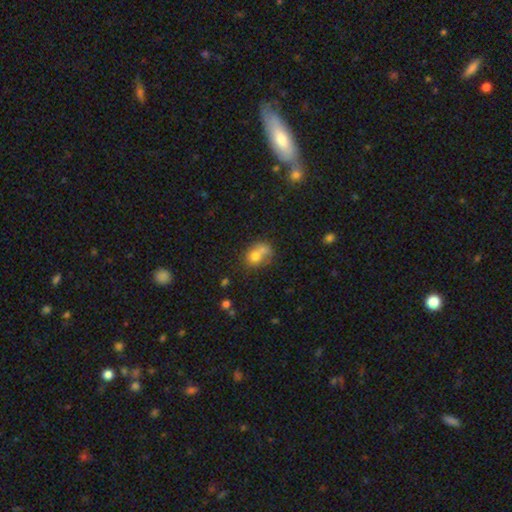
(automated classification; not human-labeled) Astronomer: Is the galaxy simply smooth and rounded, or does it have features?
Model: smooth — 70%.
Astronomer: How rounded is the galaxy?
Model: round — 57% (runner-up: in between, 42%).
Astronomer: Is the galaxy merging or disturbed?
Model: merger — 53% (runner-up: none, 29%).